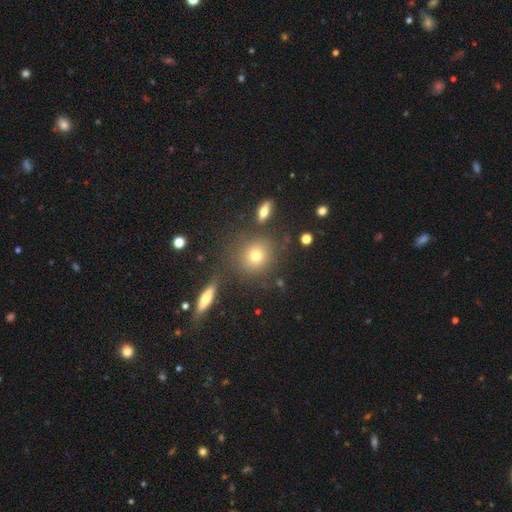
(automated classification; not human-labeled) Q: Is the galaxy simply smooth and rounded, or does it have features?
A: smooth — 71%.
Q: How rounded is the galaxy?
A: round — 82%.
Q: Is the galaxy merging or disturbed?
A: none — 80%.